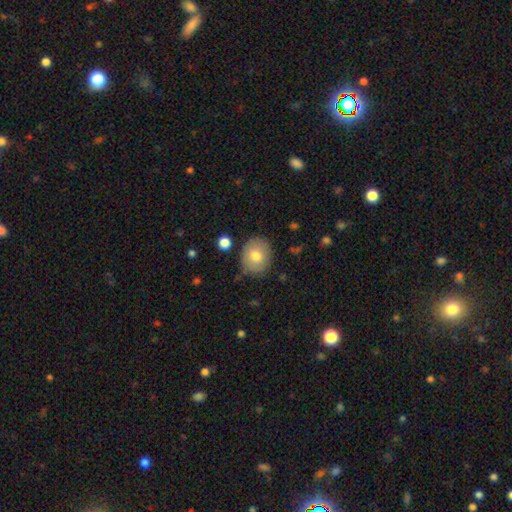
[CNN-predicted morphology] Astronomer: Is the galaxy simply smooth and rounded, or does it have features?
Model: smooth — 74%.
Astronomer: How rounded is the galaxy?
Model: round — 60% (runner-up: in between, 39%).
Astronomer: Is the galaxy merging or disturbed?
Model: none — 76%.